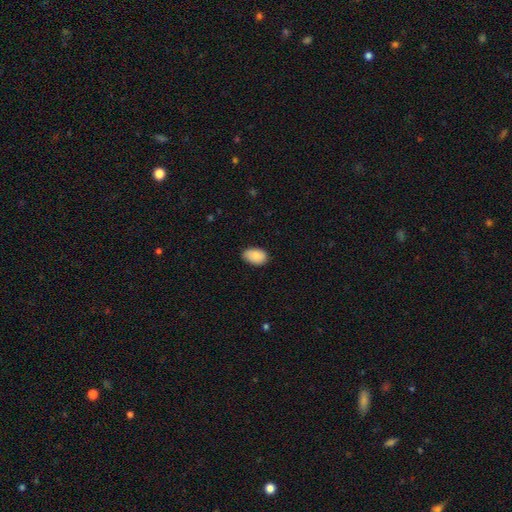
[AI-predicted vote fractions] The model was most divided on "merging": none: 82%, minor disturbance: 15%, major disturbance: 2%, merger: 1%. More confident: how rounded — in between (91%); smooth or featured — smooth (87%).